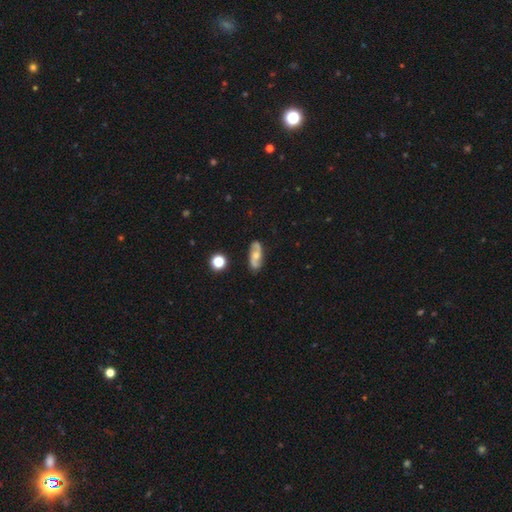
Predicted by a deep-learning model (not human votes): Overall: featured or disk (70%). Edge-on disk: no (92%). Bar: no (57%; weak 35%). Spiral arms: yes (93%). Spiral arm count: 2 (91%). Spiral winding: loose (45%; medium 40%). Bulge size: moderate (49%; small 30%). Merging: none (83%).